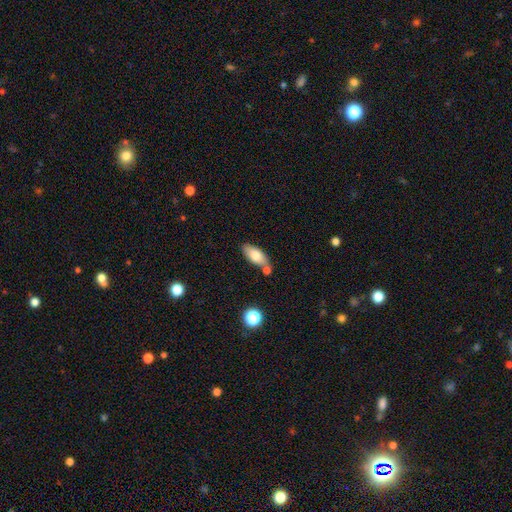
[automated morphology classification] This is likely a smooth galaxy (78%). How rounded: clearly in between (86%). Merging: likely none (64%).